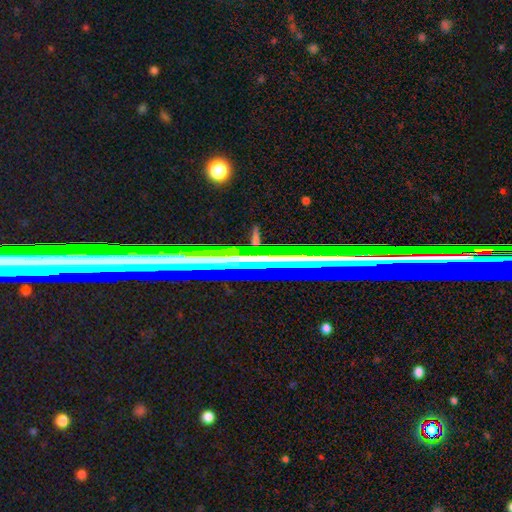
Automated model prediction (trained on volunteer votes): smooth-or-featured: star or artifact: 47% | featured or disk: 42% | smooth: 11%